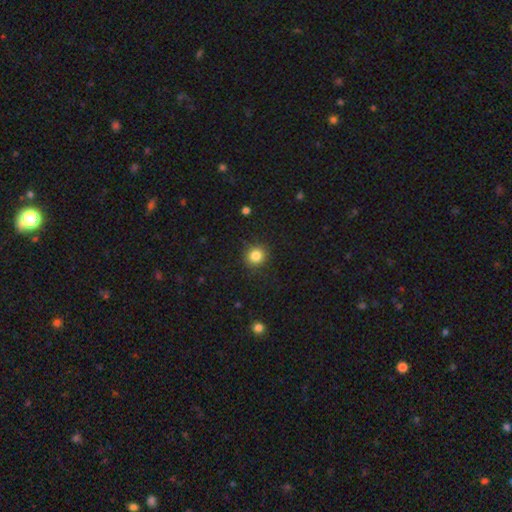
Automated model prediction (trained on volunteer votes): Smooth or featured? smooth (84%)
How rounded? round (90%)
Merging? none (90%)